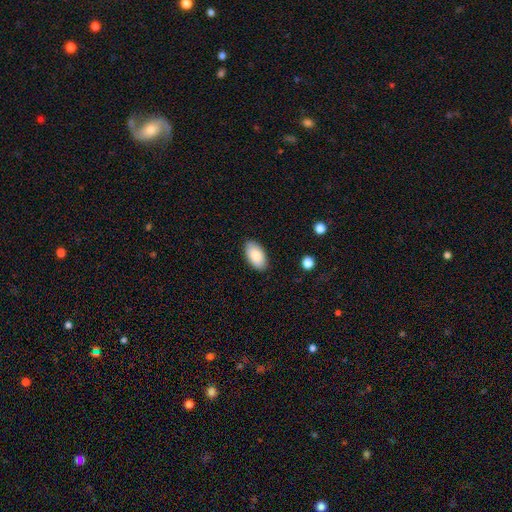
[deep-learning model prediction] smooth-or-featured: smooth: 85% | featured or disk: 9% | star or artifact: 6%
  how-rounded: in between: 95% | round: 3% | cigar-shaped: 2%
  merging: none: 87% | minor disturbance: 10% | major disturbance: 2% | merger: 1%